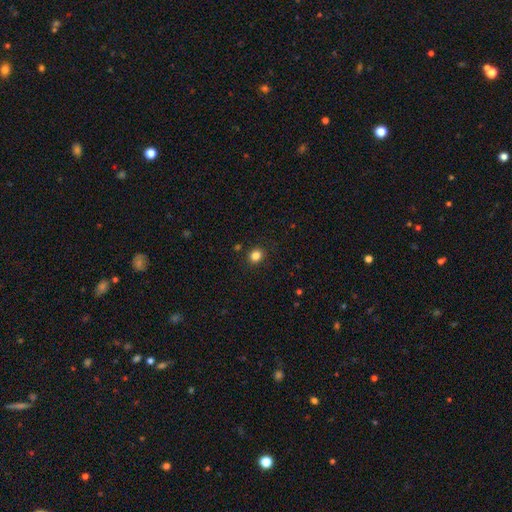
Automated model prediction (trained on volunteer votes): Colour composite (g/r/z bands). It shows a smooth galaxy with no disk features (83%) that is round (76%). Merging: none (89%).